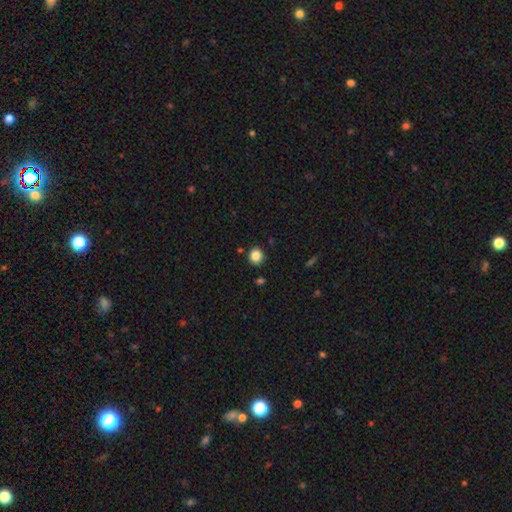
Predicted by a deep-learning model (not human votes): Smooth or featured? smooth (86%)
How rounded? round (85%)
Merging? none (87%)